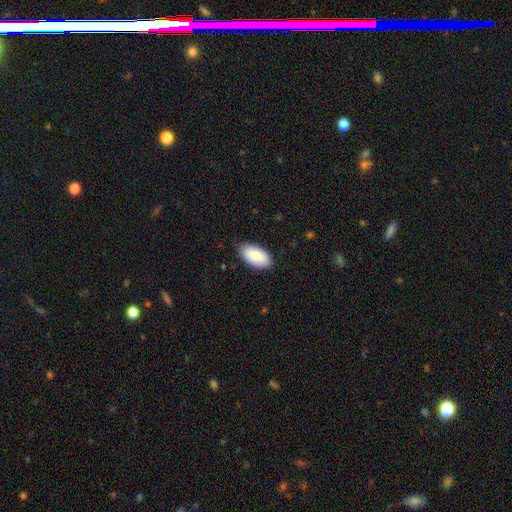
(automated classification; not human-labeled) Smooth or featured: smooth — 86% (featured or disk — 8%)
How rounded: in between — 95% (cigar-shaped — 3%)
Merging: none — 81% (minor disturbance — 15%)